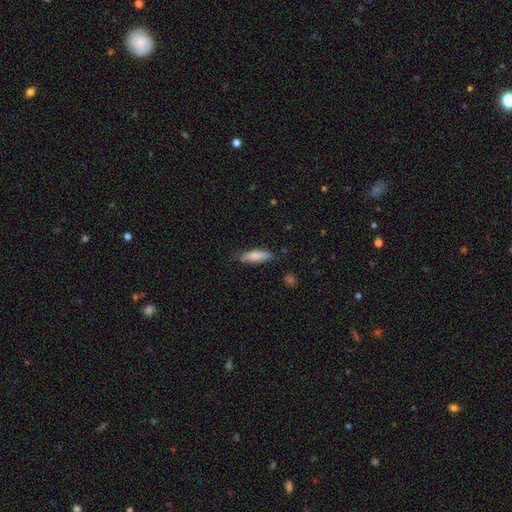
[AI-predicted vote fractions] Morphology: type=smooth (79%); roundness=cigar-shaped (56%); merging=none (71%).